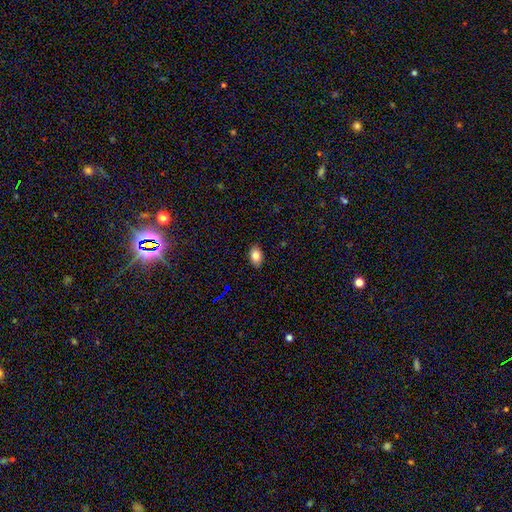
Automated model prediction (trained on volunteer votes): Smooth or featured? Predicted: smooth (p=0.81). How rounded? Predicted: in between (p=0.87). Merging? Predicted: none (p=0.87).